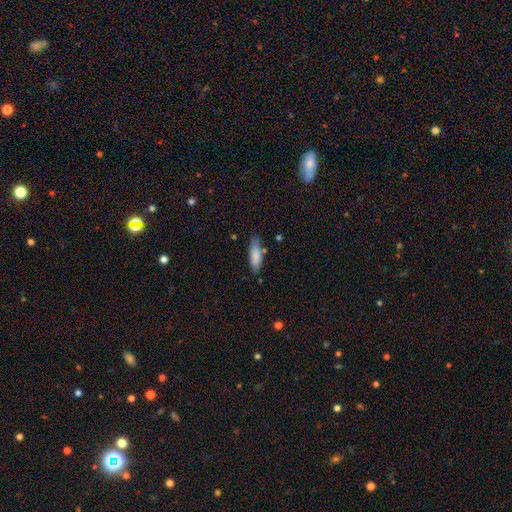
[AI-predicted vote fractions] Smooth or featured? smooth (82%)
How rounded? in between (57%)
Merging? none (73%)